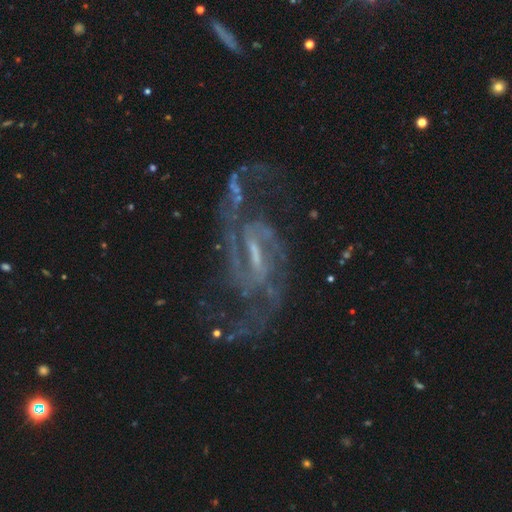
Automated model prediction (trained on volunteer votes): featured or disk 90%, star or artifact 7%, smooth 3%. Down the decision tree: edge-on disk — no (97%); bar — weak (47%); spiral arms — yes (97%); spiral arm count — 2 (73%); spiral winding — medium (54%); bulge size — small (54%); merging — none (60%).